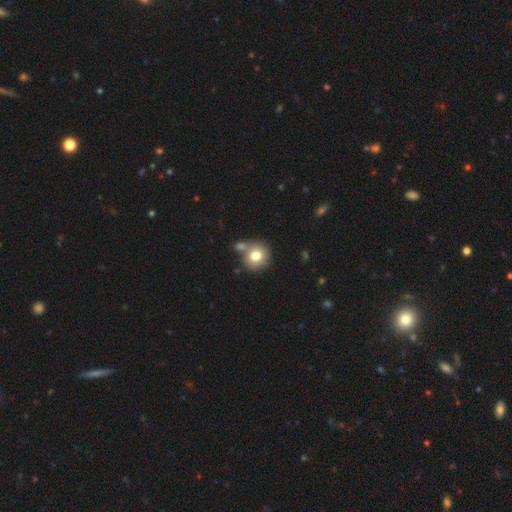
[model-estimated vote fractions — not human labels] A smooth galaxy with no disk features (76%) that is round (88%).

Vote fractions:
- Smooth or featured? smooth: 76% / featured or disk: 13% / star or artifact: 10%
- How rounded? round: 88% / in between: 11% / cigar-shaped: 1%
- Merging? none: 60% / merger: 25% / minor disturbance: 11% / major disturbance: 4%